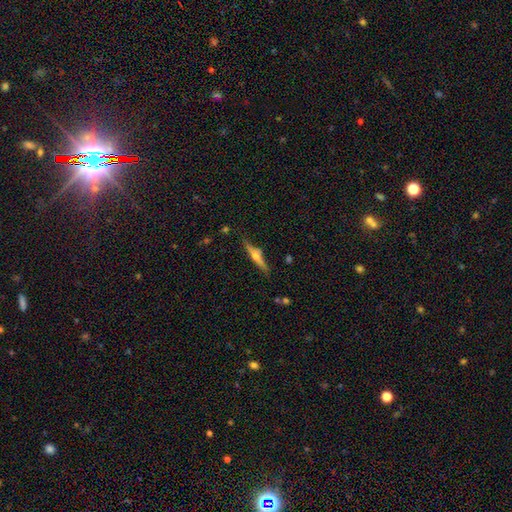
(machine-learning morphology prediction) This appears to be a featured or disk galaxy (68%) viewed edge-on (96%) with a rounded central bulge (91%). Merging: none (82%).